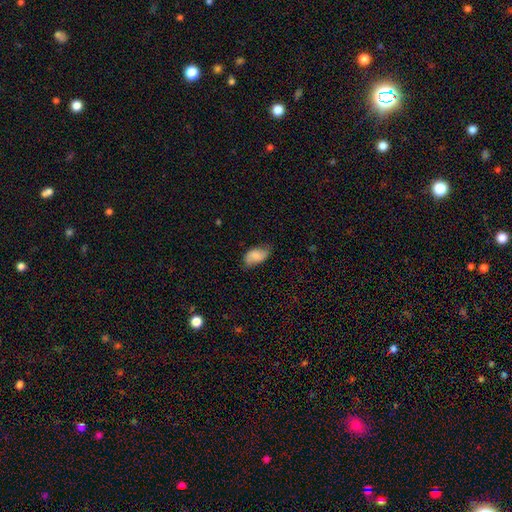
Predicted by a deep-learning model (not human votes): smooth 73%, featured or disk 19%, star or artifact 8%. Down the decision tree: how rounded — in between (93%); merging — none (61%).